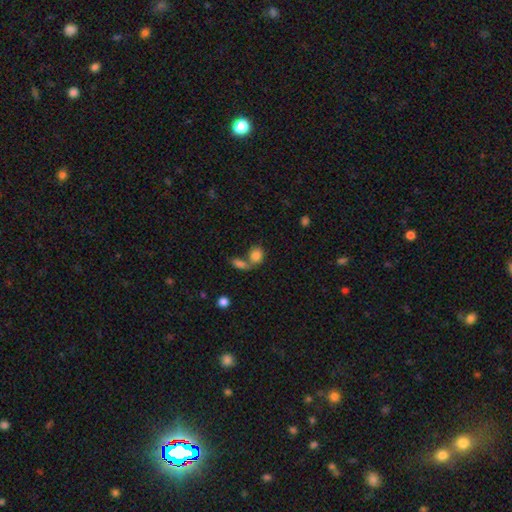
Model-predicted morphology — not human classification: Q: Smooth or featured?
A: smooth (83%); runner-up: star or artifact (9%)
Q: How rounded?
A: in between (54%); runner-up: round (44%)
Q: Merging?
A: merger (44%); runner-up: none (40%)